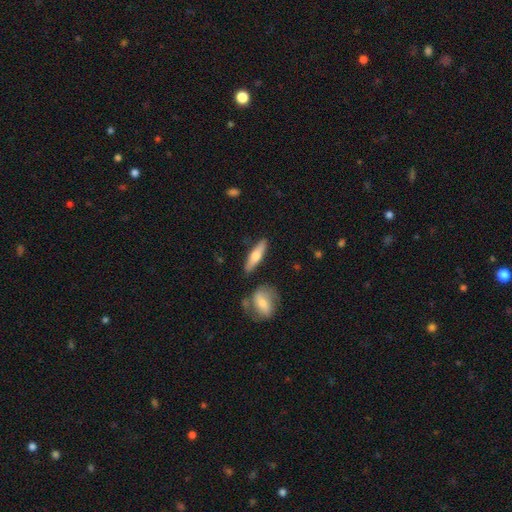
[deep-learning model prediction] A smooth galaxy with no disk features (55%) that is cigar-shaped (70%). Merging: none (84%).